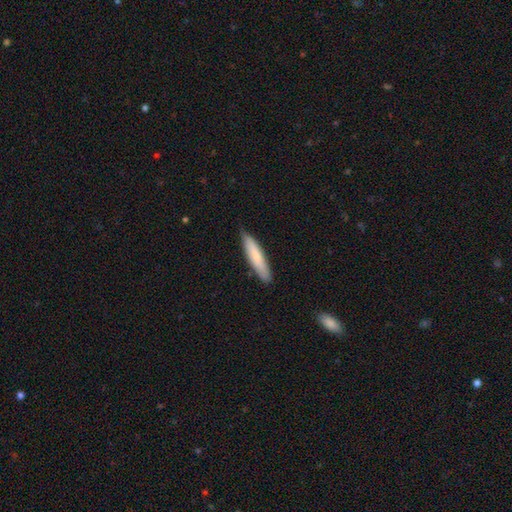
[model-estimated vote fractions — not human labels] The model was most divided on "smooth or featured": smooth: 74%, featured or disk: 20%, star or artifact: 6%. More confident: merging — none (84%); how rounded — cigar-shaped (84%).